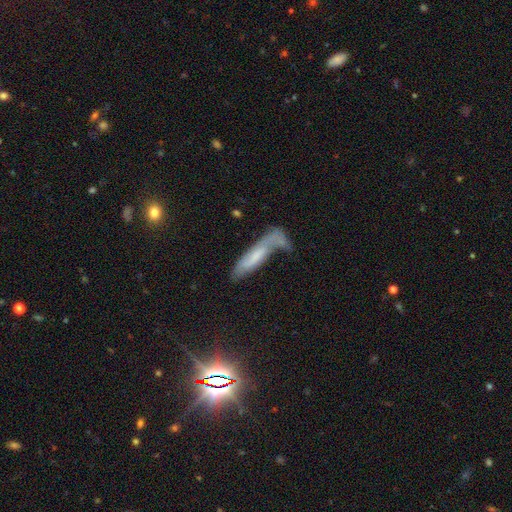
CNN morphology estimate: smooth_or_featured: smooth (p=0.44) [alt: featured or disk p=0.42]
merging: none (p=0.30) [alt: major disturbance p=0.26]